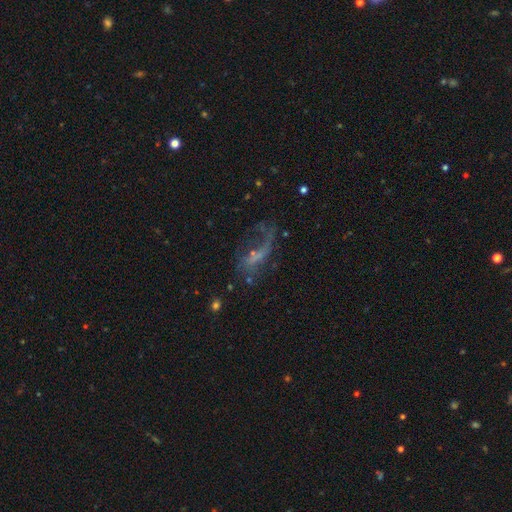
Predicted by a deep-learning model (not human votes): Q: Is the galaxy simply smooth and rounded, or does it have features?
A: featured or disk — 62%.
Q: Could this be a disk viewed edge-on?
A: no — 91%.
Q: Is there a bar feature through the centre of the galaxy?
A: no — 59%.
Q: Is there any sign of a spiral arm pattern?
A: yes — 66%.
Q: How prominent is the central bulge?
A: none — 45%.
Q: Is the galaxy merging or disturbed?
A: none — 41%.